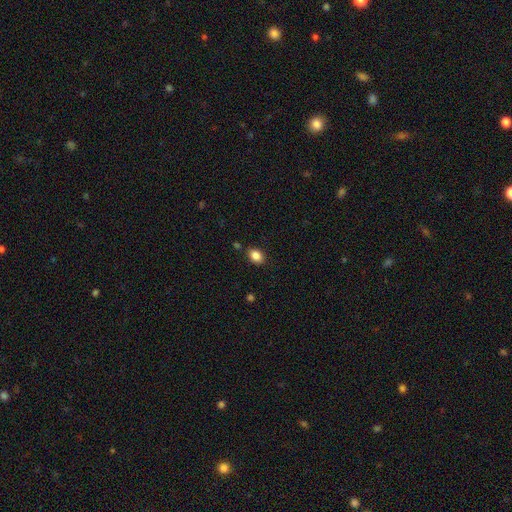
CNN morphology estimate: A smooth galaxy with no disk features (86%) that is in between round and cigar-shaped (71%).

Vote fractions:
- Smooth or featured? smooth: 86% / star or artifact: 10% / featured or disk: 5%
- How rounded? in between: 71% / round: 28% / cigar-shaped: 1%
- Merging? none: 84% / minor disturbance: 10% / merger: 3% / major disturbance: 3%